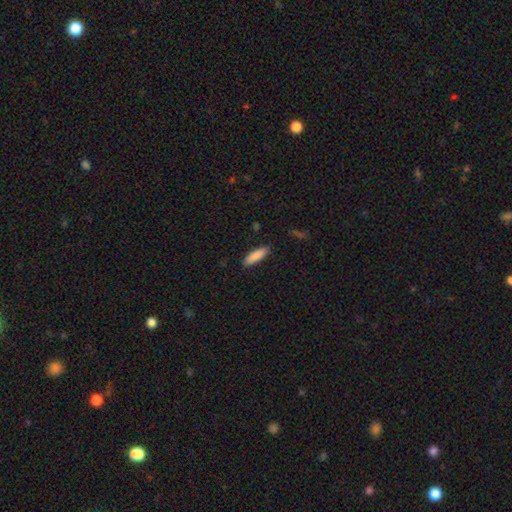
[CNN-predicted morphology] A smooth galaxy with no disk features (87%) that is cigar-shaped (54%).

Vote fractions:
- Smooth or featured? smooth: 87% / featured or disk: 7% / star or artifact: 6%
- How rounded? cigar-shaped: 54% / in between: 45% / round: 1%
- Merging? none: 87% / minor disturbance: 9% / major disturbance: 2% / merger: 1%